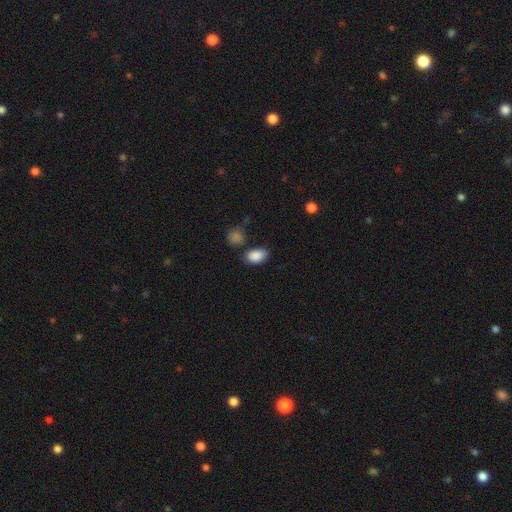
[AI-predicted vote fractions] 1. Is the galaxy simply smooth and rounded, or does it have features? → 88% smooth, 8% star or artifact, 4% featured or disk.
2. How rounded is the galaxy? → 90% in between, 8% round, 1% cigar-shaped.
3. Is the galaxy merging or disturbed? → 71% none, 16% minor disturbance, 9% merger, 4% major disturbance.